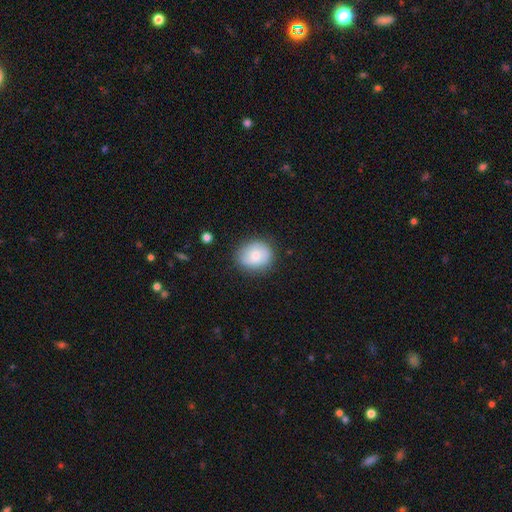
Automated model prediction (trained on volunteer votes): smooth-or-featured: smooth: 73% | featured or disk: 20% | star or artifact: 7%
  how-rounded: round: 65% | in between: 34% | cigar-shaped: 1%
  merging: none: 80% | minor disturbance: 15% | major disturbance: 4% | merger: 1%